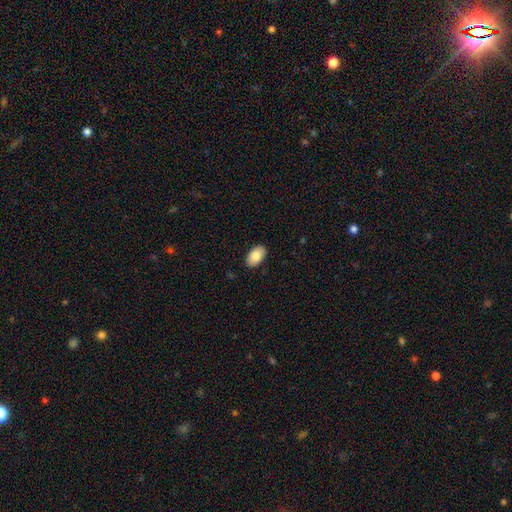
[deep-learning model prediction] smooth_or_featured: smooth (p=0.83) [alt: featured or disk p=0.10]
how_rounded: in between (p=0.94) [alt: round p=0.05]
merging: none (p=0.88) [alt: minor disturbance p=0.09]